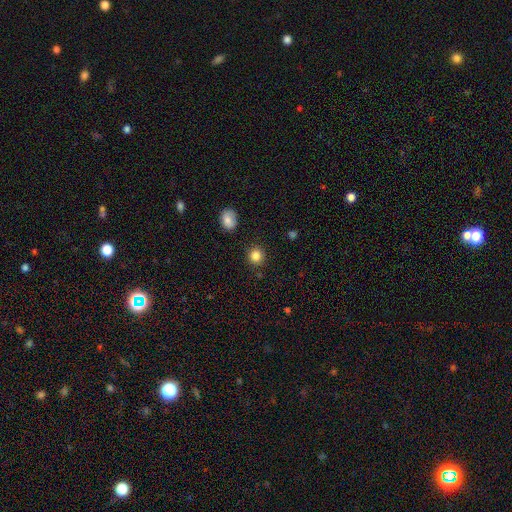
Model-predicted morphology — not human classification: The model was most divided on "smooth or featured": smooth: 86%, star or artifact: 10%, featured or disk: 4%. More confident: how rounded — round (90%); merging — none (88%).